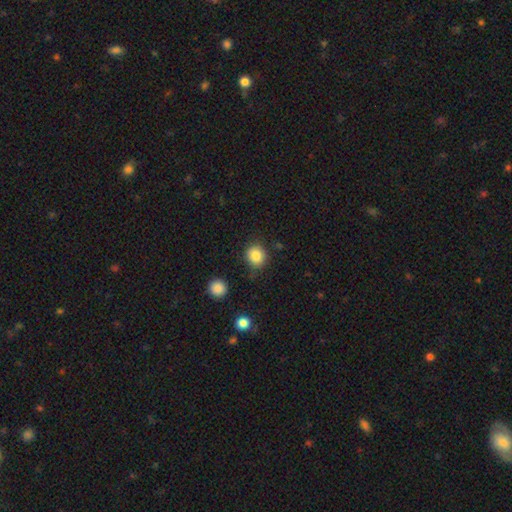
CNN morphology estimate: smooth_or_featured: smooth (p=0.85) [alt: star or artifact p=0.10]
how_rounded: round (p=0.81) [alt: in between p=0.18]
merging: none (p=0.80) [alt: minor disturbance p=0.13]